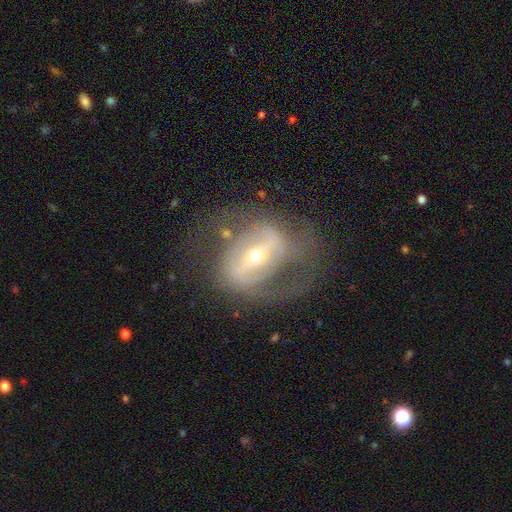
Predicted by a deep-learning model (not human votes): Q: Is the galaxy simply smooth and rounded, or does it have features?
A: featured or disk — 85%.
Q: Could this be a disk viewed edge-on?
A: no — 95%.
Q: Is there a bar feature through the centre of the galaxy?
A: strong — 58%.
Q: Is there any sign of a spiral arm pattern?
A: yes — 85%.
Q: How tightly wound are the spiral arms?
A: medium — 47%.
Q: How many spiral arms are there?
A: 2 — 77%.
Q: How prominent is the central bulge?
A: small — 56%.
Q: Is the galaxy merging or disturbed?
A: none — 58%.